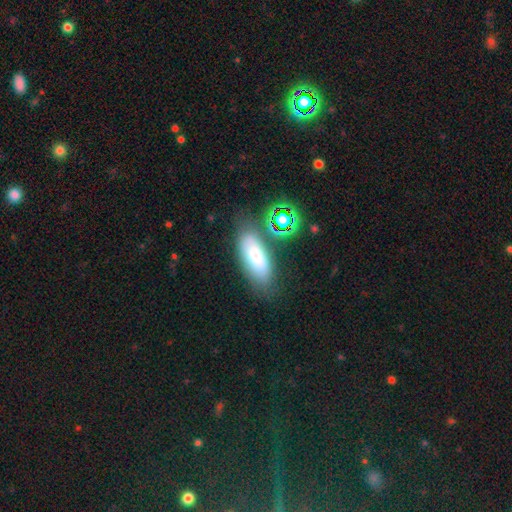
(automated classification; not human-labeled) smooth-or-featured: smooth: 65% | featured or disk: 24% | star or artifact: 11%
  how-rounded: in between: 81% | cigar-shaped: 16% | round: 3%
  merging: none: 68% | minor disturbance: 19% | major disturbance: 7% | merger: 7%